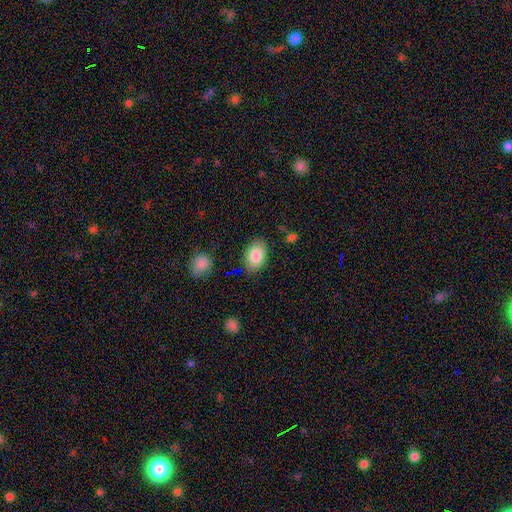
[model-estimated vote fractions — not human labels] smooth_or_featured: smooth (p=0.85) [alt: featured or disk p=0.08]
how_rounded: in between (p=0.86) [alt: round p=0.13]
merging: none (p=0.83) [alt: minor disturbance p=0.12]